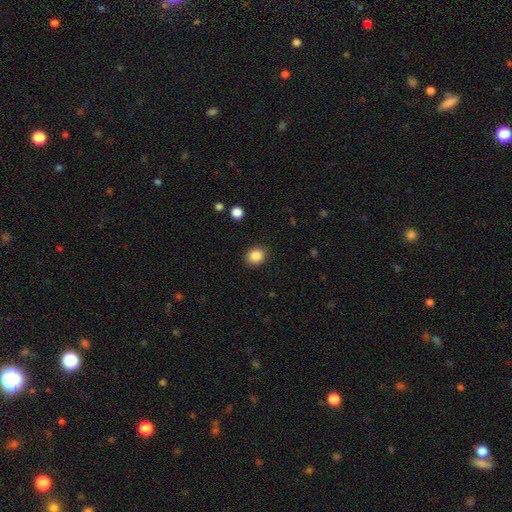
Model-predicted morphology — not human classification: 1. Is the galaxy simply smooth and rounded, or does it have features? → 87% smooth, 9% star or artifact, 3% featured or disk.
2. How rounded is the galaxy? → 72% round, 27% in between, 1% cigar-shaped.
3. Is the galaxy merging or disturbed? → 88% none, 8% minor disturbance, 3% major disturbance, 1% merger.